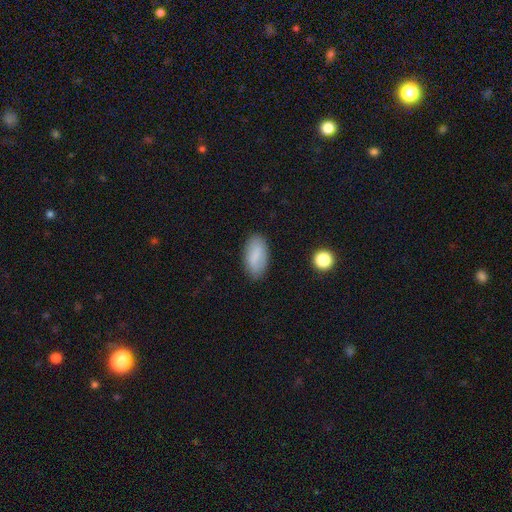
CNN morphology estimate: smooth_or_featured: smooth (p=0.79) [alt: featured or disk p=0.13]
how_rounded: in between (p=0.92) [alt: cigar-shaped p=0.05]
merging: none (p=0.83) [alt: minor disturbance p=0.13]